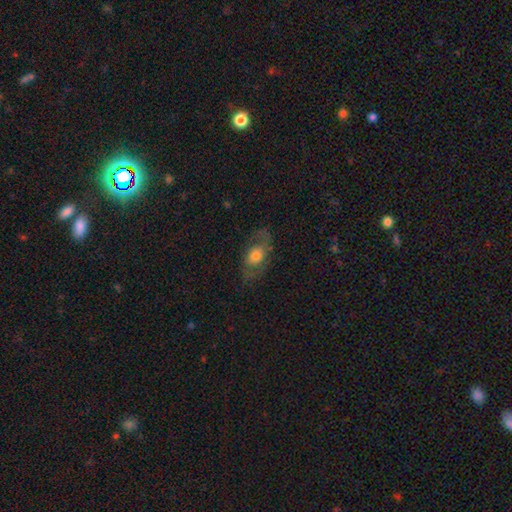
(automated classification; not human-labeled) featured or disk 49%, smooth 42%, star or artifact 9%. Down the decision tree: merging — none (70%).